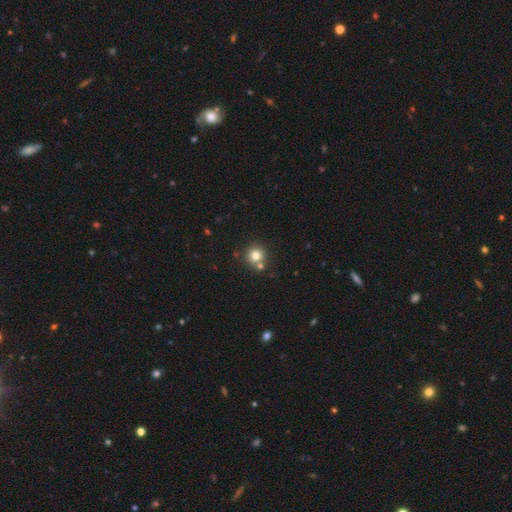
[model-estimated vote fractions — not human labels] Morphology: type=smooth (78%); roundness=round (93%); merging=none (71%).